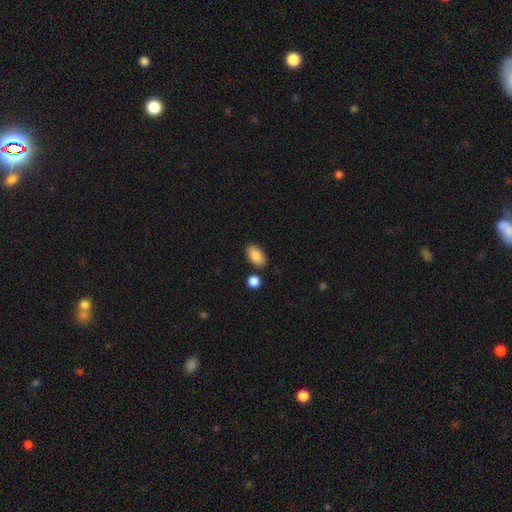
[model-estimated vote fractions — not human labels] Q: Smooth or featured?
A: smooth (87%); runner-up: star or artifact (7%)
Q: How rounded?
A: in between (93%); runner-up: round (5%)
Q: Merging?
A: none (83%); runner-up: minor disturbance (10%)